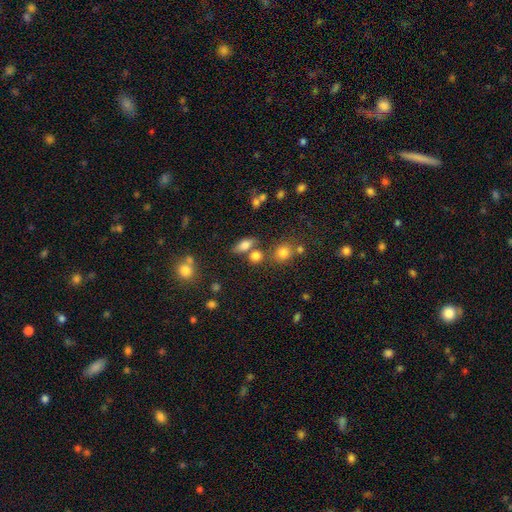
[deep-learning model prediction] The model was most divided on "how rounded": in between: 49%, round: 44%, cigar-shaped: 8%. More confident: smooth or featured — smooth (76%); merging — none (61%).